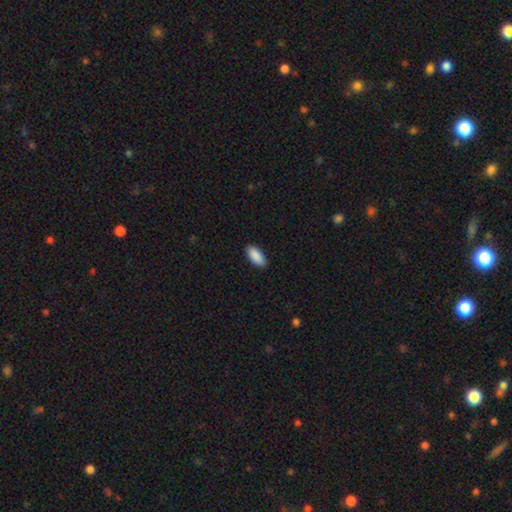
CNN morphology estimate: A smooth galaxy with no disk features (91%) that is in between round and cigar-shaped (90%). Merging: none (89%).